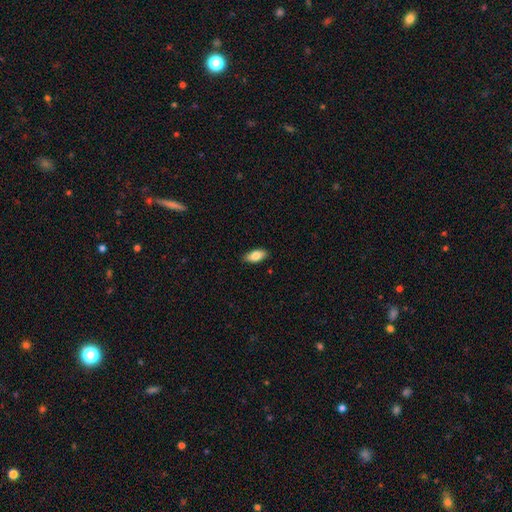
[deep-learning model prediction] Smooth or featured? Predicted: smooth (p=0.82). How rounded? Predicted: in between (p=0.89). Merging? Predicted: none (p=0.88).